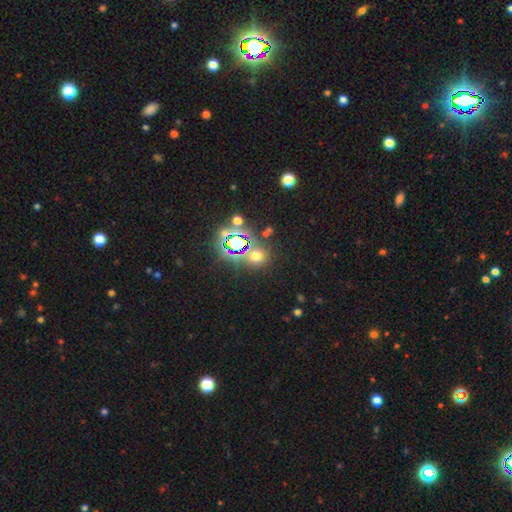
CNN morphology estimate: Smooth or featured?
  - smooth: 50% *
  - star or artifact: 42%
  - featured or disk: 7%
How rounded?
  - round: 84% *
  - in between: 15%
  - cigar-shaped: 1%
Merging?
  - none: 76% *
  - merger: 10%
  - minor disturbance: 9%
  - major disturbance: 5%